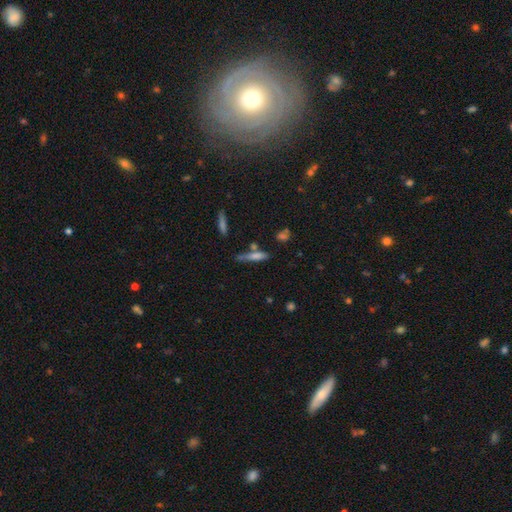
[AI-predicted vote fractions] This appears to be a smooth galaxy with no disk features (69%) that is cigar-shaped (80%). Merging: none (57%).